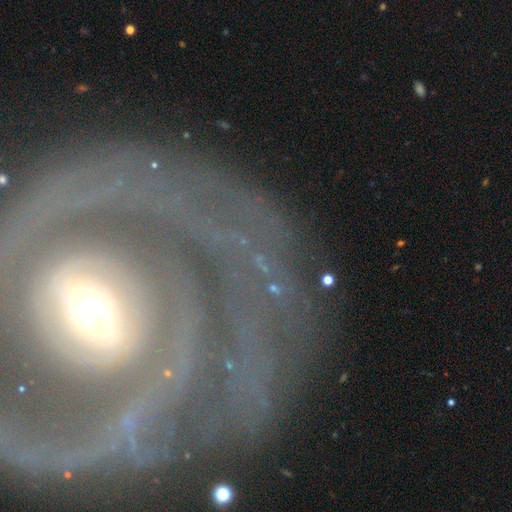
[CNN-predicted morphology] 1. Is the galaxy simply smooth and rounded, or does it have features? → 84% featured or disk, 9% smooth, 7% star or artifact.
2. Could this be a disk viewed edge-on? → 95% no, 5% yes.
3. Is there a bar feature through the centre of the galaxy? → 36% strong, 33% weak, 31% no.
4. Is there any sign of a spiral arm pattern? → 86% yes, 14% no.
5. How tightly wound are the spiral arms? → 71% tight, 21% medium, 8% loose.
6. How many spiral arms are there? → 34% 2, 28% can't tell, 12% 3, 9% 4, 9% 1, 8% more than 4.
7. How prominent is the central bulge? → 47% moderate, 37% small, 11% large, 2% dominant, 2% none.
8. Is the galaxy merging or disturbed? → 71% none, 14% minor disturbance, 12% major disturbance, 3% merger.